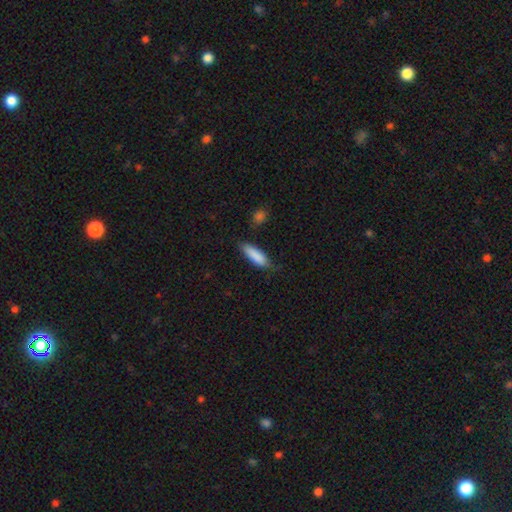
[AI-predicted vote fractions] Smooth or featured: smooth — 87% (featured or disk — 7%)
How rounded: cigar-shaped — 51% (in between — 47%)
Merging: none — 71% (minor disturbance — 22%)